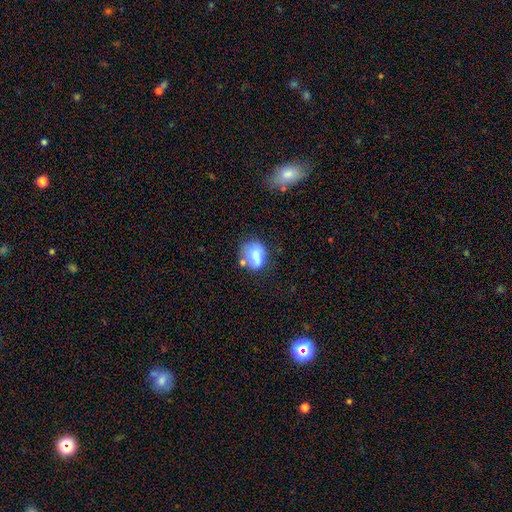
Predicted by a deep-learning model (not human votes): This appears to be a smooth galaxy with no disk features (70%) that is in between round and cigar-shaped (55%). Merging: none (44%).